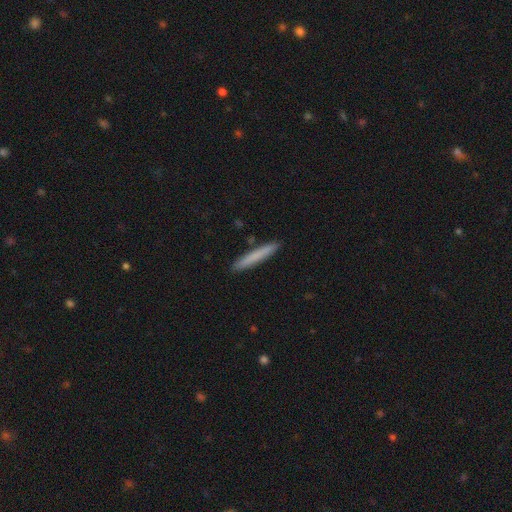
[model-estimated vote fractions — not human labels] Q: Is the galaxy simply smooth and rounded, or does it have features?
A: smooth — 75%.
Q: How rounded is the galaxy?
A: cigar-shaped — 96%.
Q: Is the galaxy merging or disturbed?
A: none — 91%.